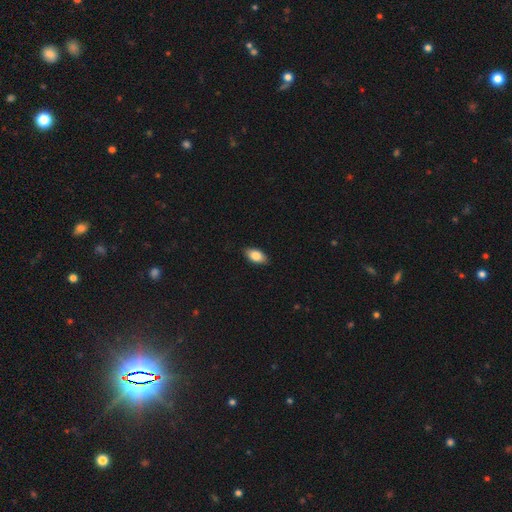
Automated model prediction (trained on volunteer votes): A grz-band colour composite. It shows a smooth galaxy with no disk features (84%) that is in between round and cigar-shaped (92%). Merging: none (88%).